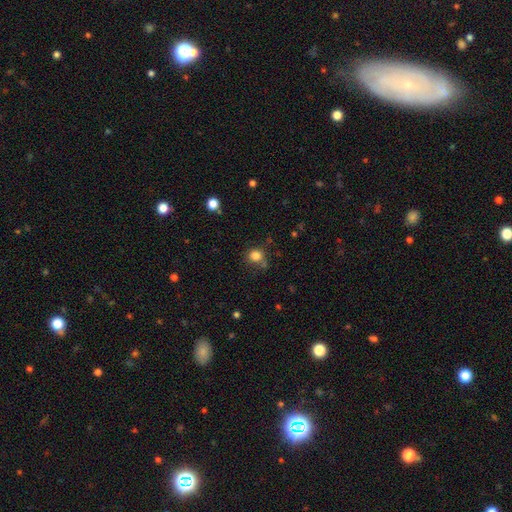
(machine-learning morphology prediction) A smooth galaxy with no disk features (82%) that is round (83%). Merging: none (68%).